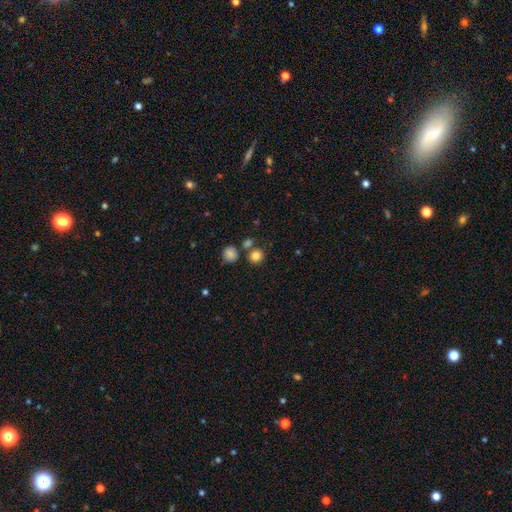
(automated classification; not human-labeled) smooth-or-featured: smooth: 82% | star or artifact: 12% | featured or disk: 6%
  how-rounded: round: 89% | in between: 10% | cigar-shaped: 1%
  merging: none: 71% | merger: 17% | minor disturbance: 9% | major disturbance: 3%